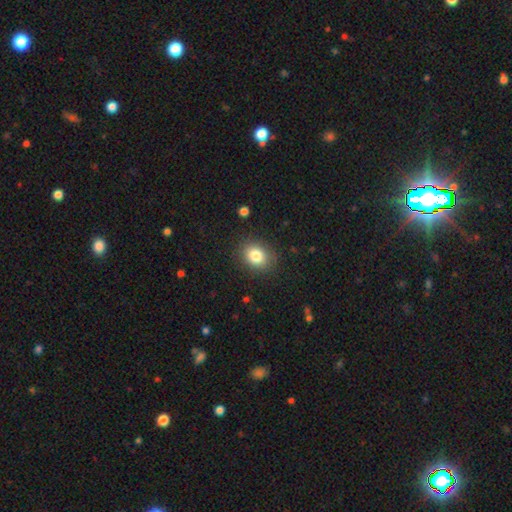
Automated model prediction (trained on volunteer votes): Smooth or featured? Predicted: smooth (p=0.83). How rounded? Predicted: in between (p=0.54). Merging? Predicted: none (p=0.86).